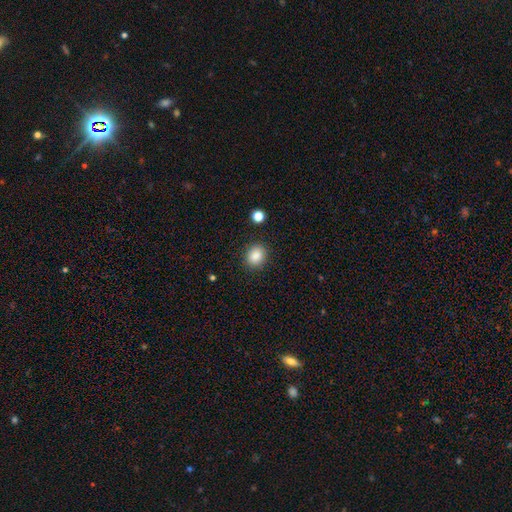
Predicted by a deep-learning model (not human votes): Q: Smooth or featured?
A: smooth (87%); runner-up: star or artifact (9%)
Q: How rounded?
A: round (61%); runner-up: in between (38%)
Q: Merging?
A: none (87%); runner-up: minor disturbance (8%)